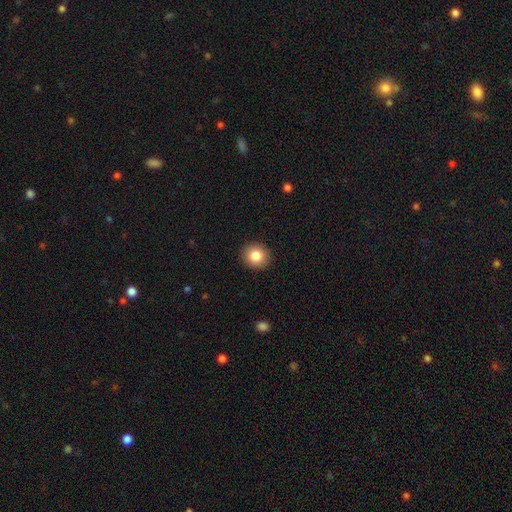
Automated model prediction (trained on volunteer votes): Smooth or featured?
  - smooth: 84% *
  - star or artifact: 9%
  - featured or disk: 7%
How rounded?
  - round: 84% *
  - in between: 15%
  - cigar-shaped: 1%
Merging?
  - none: 92% *
  - minor disturbance: 5%
  - major disturbance: 2%
  - merger: 1%